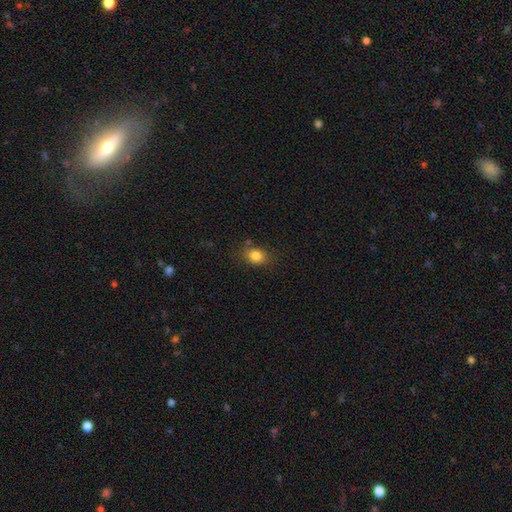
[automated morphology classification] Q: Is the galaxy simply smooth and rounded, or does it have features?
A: smooth — 83%.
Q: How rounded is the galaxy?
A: round — 50%.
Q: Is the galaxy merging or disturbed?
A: none — 76%.